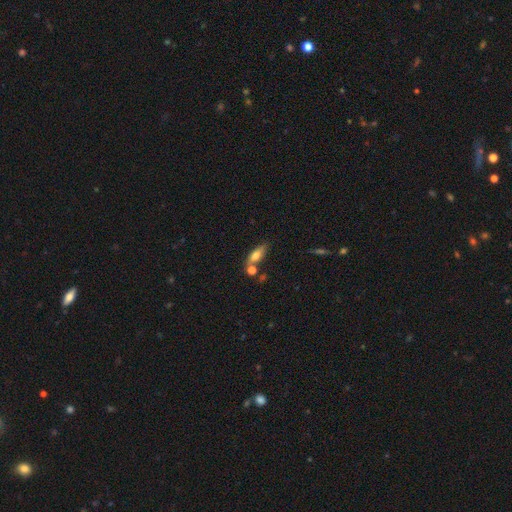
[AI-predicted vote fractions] smooth_or_featured: smooth (p=0.62) [alt: featured or disk p=0.29]
how_rounded: in between (p=0.57) [alt: cigar-shaped p=0.38]
merging: none (p=0.61) [alt: merger p=0.18]